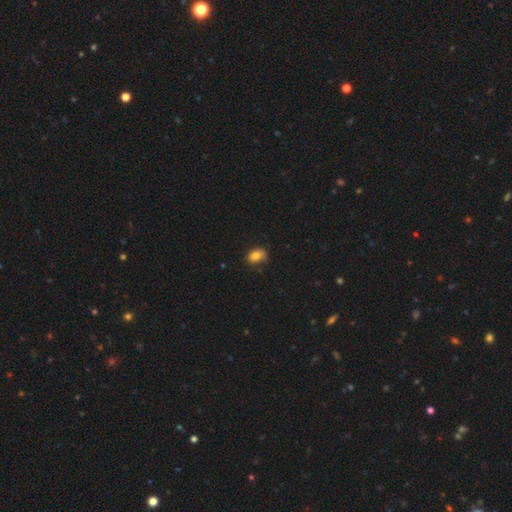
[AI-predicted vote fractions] Overall: smooth (82%). How rounded: in between (78%). Merging: none (62%; minor disturbance 28%).